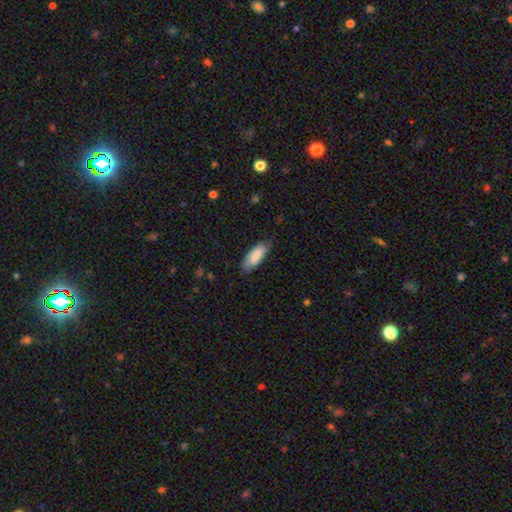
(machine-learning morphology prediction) Smooth or featured: smooth — 84% (featured or disk — 11%)
How rounded: in between — 72% (cigar-shaped — 26%)
Merging: none — 75% (minor disturbance — 20%)